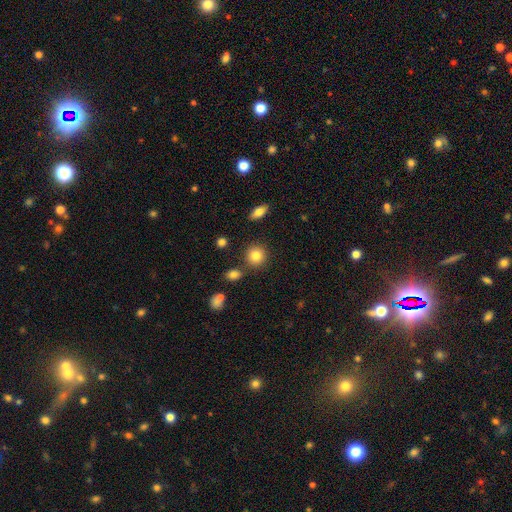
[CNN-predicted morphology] Q: Smooth or featured?
A: smooth (83%); runner-up: star or artifact (9%)
Q: How rounded?
A: round (90%); runner-up: in between (9%)
Q: Merging?
A: none (83%); runner-up: minor disturbance (8%)